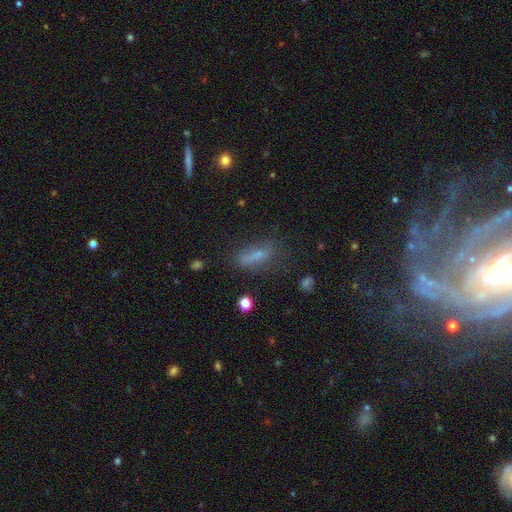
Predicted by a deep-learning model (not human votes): smooth_or_featured: smooth (p=0.60) [alt: featured or disk p=0.24]
how_rounded: in between (p=0.48) [alt: cigar-shaped p=0.47]
merging: none (p=0.61) [alt: minor disturbance p=0.22]